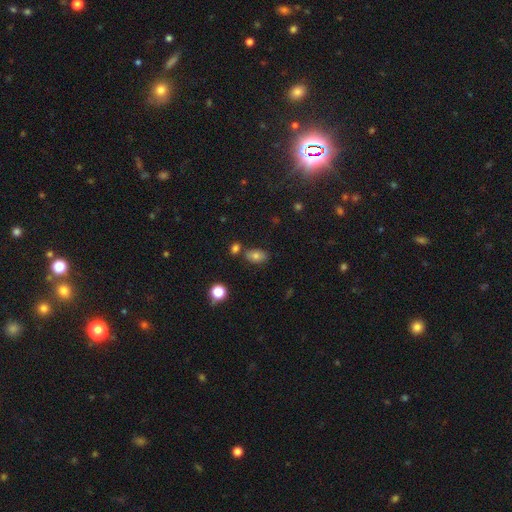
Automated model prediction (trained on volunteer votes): smooth-or-featured: smooth: 76% | featured or disk: 13% | star or artifact: 12%
  how-rounded: in between: 85% | round: 14% | cigar-shaped: 2%
  merging: none: 69% | minor disturbance: 14% | merger: 13% | major disturbance: 4%